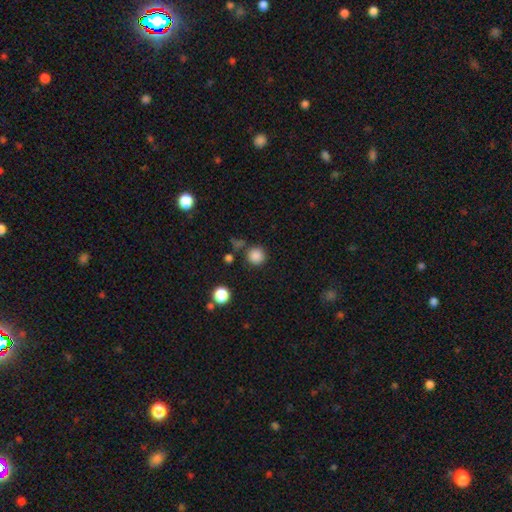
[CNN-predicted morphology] Q: Smooth or featured?
A: smooth (85%); runner-up: star or artifact (12%)
Q: How rounded?
A: round (95%); runner-up: in between (4%)
Q: Merging?
A: none (82%); runner-up: minor disturbance (8%)